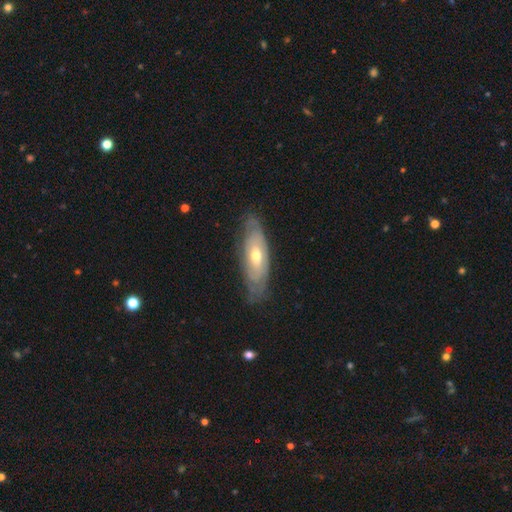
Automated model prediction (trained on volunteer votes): This is likely a featured or disk galaxy (67%). It is likely not viewed edge-on (75%). Bar: likely no (74%). Spiral arm pattern: likely yes (63%). Central bulge: possibly moderate (60%). Merging: likely none (76%).